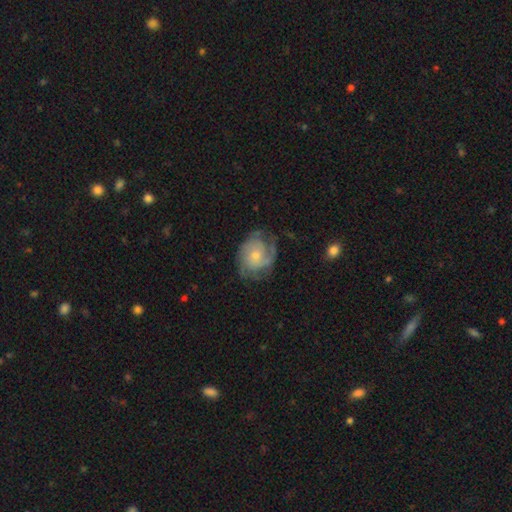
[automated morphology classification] smooth_or_featured: featured or disk (p=0.72) [alt: smooth p=0.22]
disk_edge_on: no (p=0.98) [alt: yes p=0.02]
bar: no (p=0.75) [alt: weak p=0.22]
has_spiral_arms: yes (p=0.88) [alt: no p=0.12]
spiral_winding: tight (p=0.46) [alt: medium p=0.39]
spiral_arm_count: 2 (p=0.35) [alt: can't tell p=0.32]
bulge_size: small (p=0.57) [alt: moderate p=0.36]
merging: none (p=0.58) [alt: minor disturbance p=0.25]